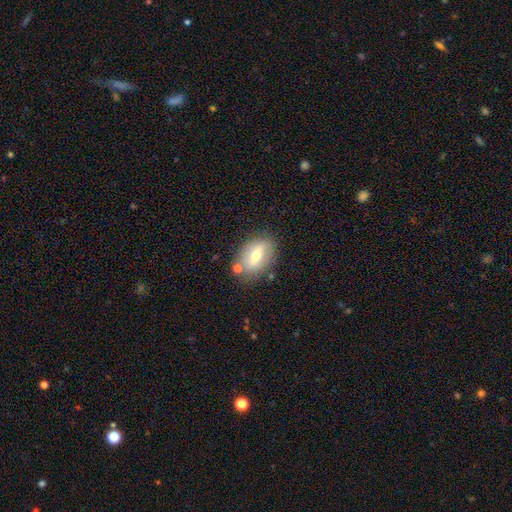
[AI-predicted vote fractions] Overall: smooth (52%; featured or disk 40%). How rounded: in between (82%). Merging: none (74%).